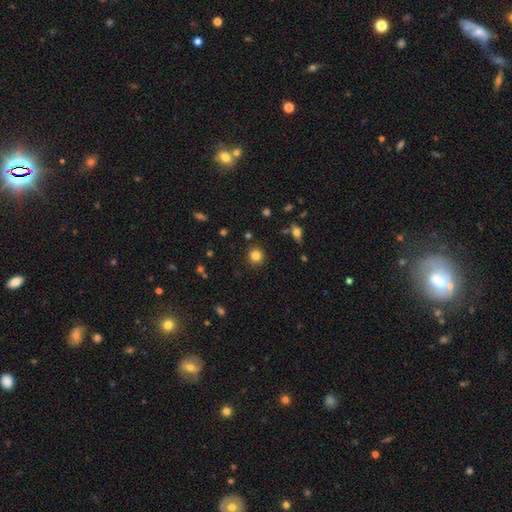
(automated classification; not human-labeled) smooth 81%, star or artifact 12%, featured or disk 6%. Down the decision tree: how rounded — round (91%); merging — none (89%).